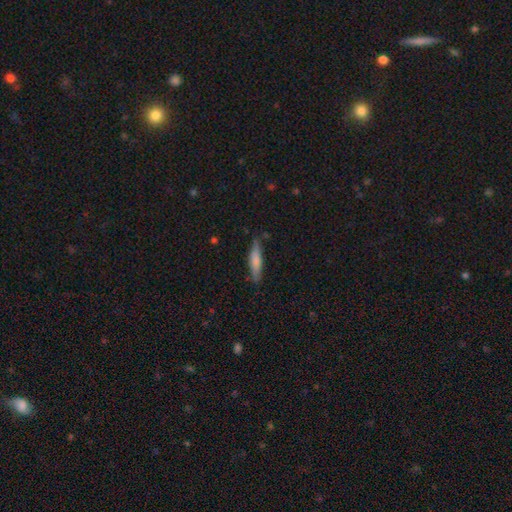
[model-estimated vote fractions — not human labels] Smooth or featured? Predicted: smooth (p=0.59). How rounded? Predicted: cigar-shaped (p=0.85). Merging? Predicted: none (p=0.83).